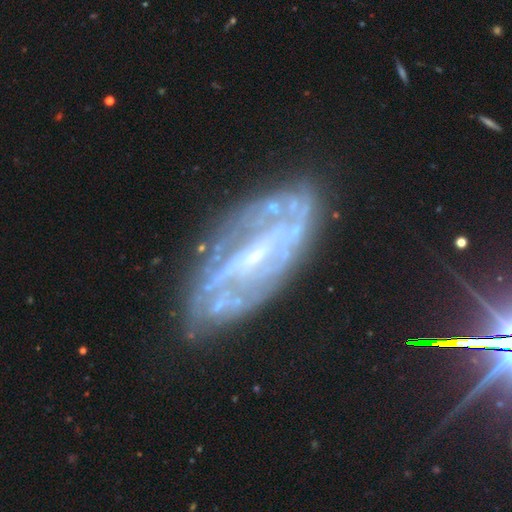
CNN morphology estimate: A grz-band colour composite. It shows a featured or disk galaxy (82%) with a weak bar (40%), tight (49%) spiral arms (82%) and a small central bulge (72%). Merging: none (70%).